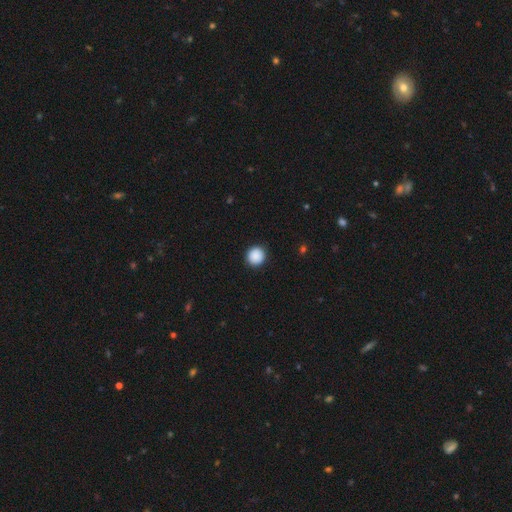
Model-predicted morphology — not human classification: smooth 89%, star or artifact 9%, featured or disk 2%. Down the decision tree: how rounded — round (94%); merging — none (92%).